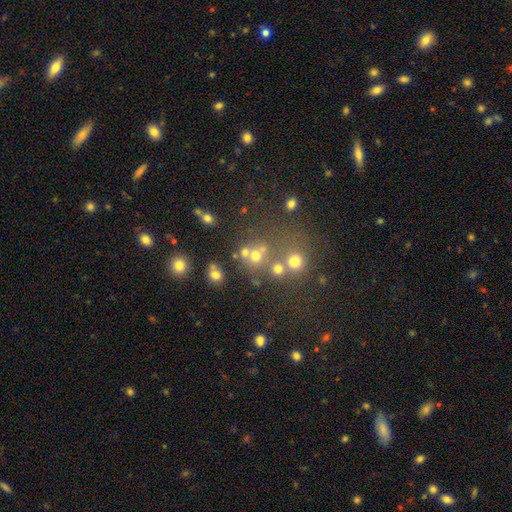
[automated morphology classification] smooth 64%, star or artifact 23%, featured or disk 13%. Down the decision tree: how rounded — round (82%); merging — none (57%).